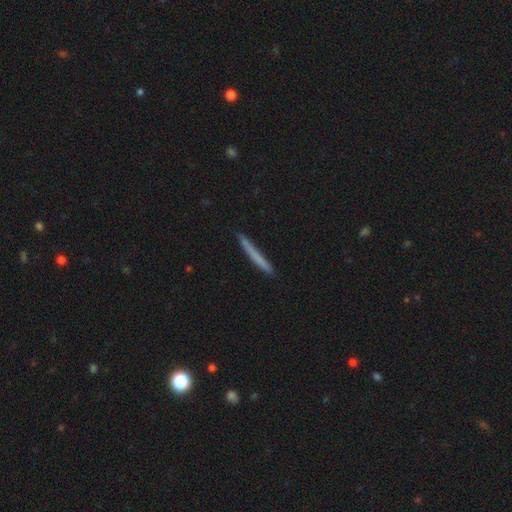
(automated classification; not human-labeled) Q: Smooth or featured?
A: smooth (69%); runner-up: featured or disk (25%)
Q: How rounded?
A: cigar-shaped (97%); runner-up: in between (2%)
Q: Merging?
A: none (89%); runner-up: minor disturbance (8%)